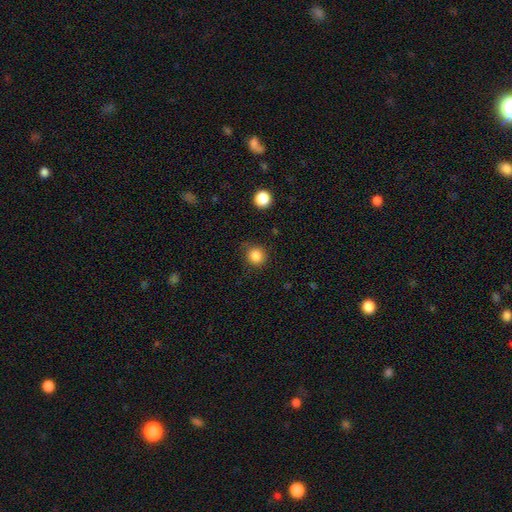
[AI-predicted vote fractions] Morphology: type=smooth (85%); roundness=round (91%); merging=none (83%).